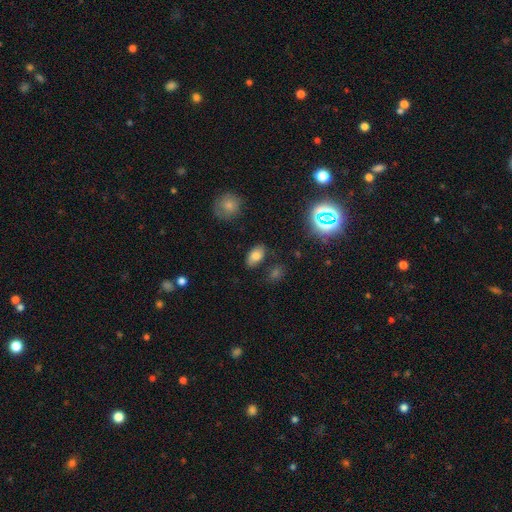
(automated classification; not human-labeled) Morphology: type=smooth (75%); roundness=in between (91%); merging=none (80%).